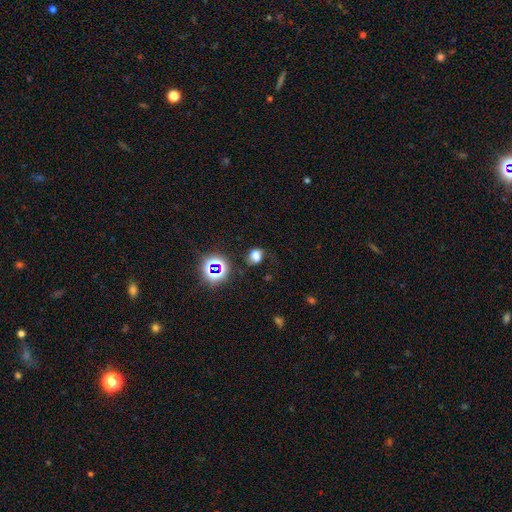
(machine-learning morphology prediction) A smooth galaxy with no disk features (64%) that is round (51%).

Vote fractions:
- Smooth or featured? smooth: 64% / star or artifact: 25% / featured or disk: 11%
- How rounded? round: 51% / in between: 48% / cigar-shaped: 1%
- Merging? none: 61% / minor disturbance: 23% / major disturbance: 12% / merger: 3%